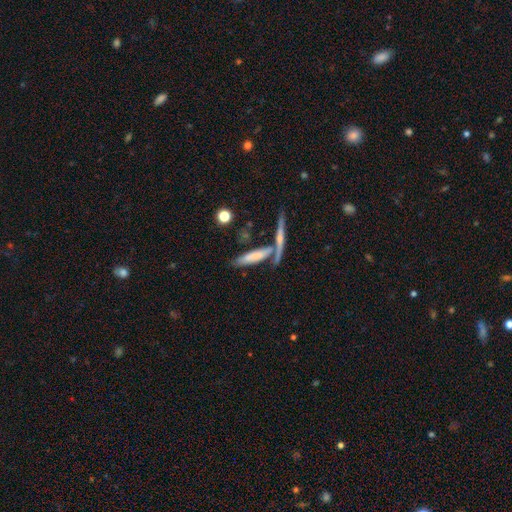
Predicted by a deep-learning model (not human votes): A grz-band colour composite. It shows a smooth galaxy with no disk features (54%) that is cigar-shaped (73%). Merging: none (52%).